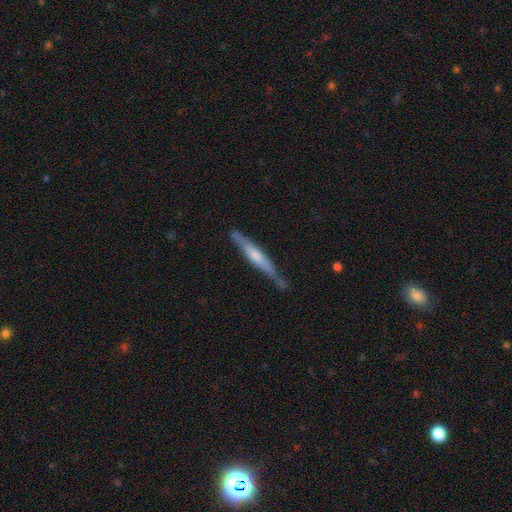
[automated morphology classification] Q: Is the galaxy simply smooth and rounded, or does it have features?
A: featured or disk — 54%.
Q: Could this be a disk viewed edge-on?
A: yes — 94%.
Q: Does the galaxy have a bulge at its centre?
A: rounded — 49%.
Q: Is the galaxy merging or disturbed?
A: none — 73%.